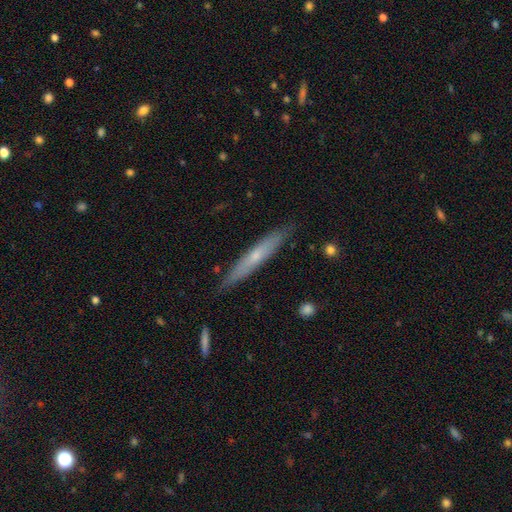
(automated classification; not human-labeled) Smooth or featured? Predicted: featured or disk (p=0.48). Merging? Predicted: none (p=0.85).